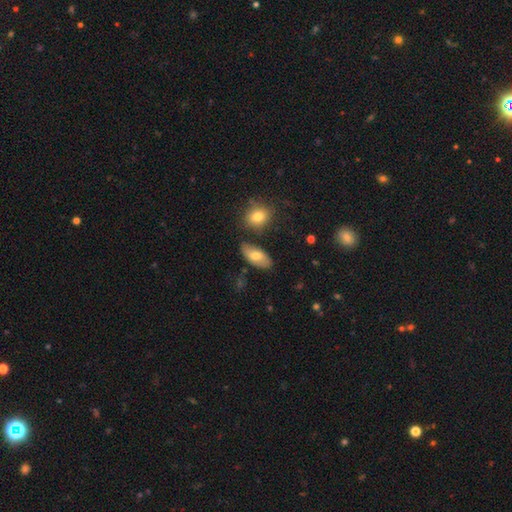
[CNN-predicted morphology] Smooth or featured? Predicted: smooth (p=0.69). How rounded? Predicted: in between (p=0.90). Merging? Predicted: none (p=0.76).